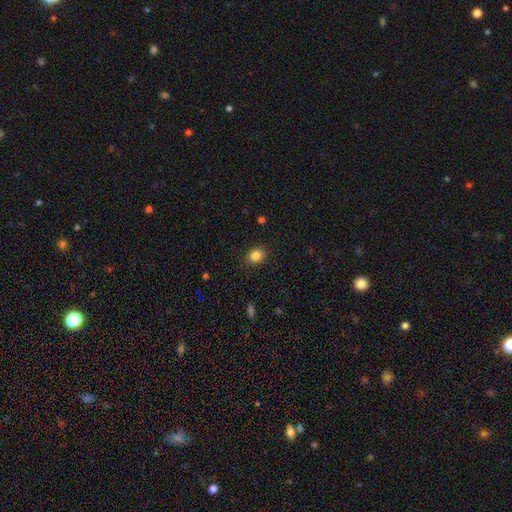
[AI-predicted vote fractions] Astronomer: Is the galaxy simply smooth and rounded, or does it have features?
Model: smooth — 84%.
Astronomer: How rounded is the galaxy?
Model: round — 58% (runner-up: in between, 41%).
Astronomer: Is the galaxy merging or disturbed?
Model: none — 88%.